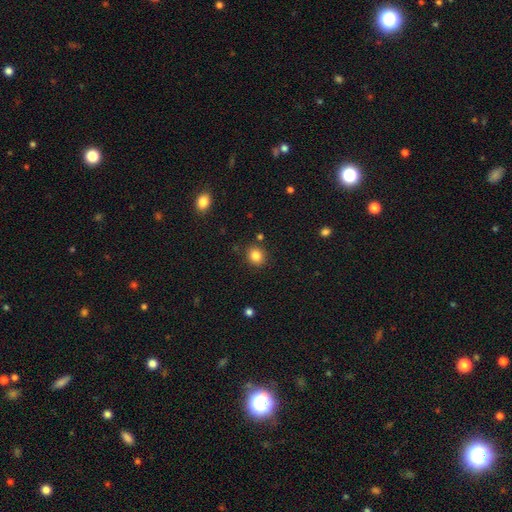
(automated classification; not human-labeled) A smooth galaxy with no disk features (84%) that is round (72%).

Vote fractions:
- Smooth or featured? smooth: 84% / star or artifact: 11% / featured or disk: 5%
- How rounded? round: 72% / in between: 27% / cigar-shaped: 1%
- Merging? none: 86% / minor disturbance: 8% / merger: 3% / major disturbance: 2%